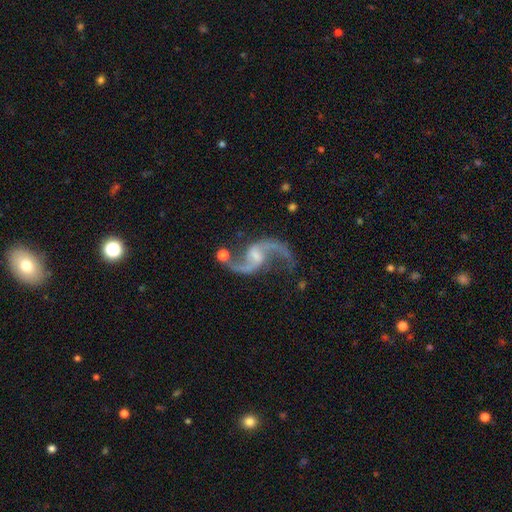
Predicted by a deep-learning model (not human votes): This is clearly a featured or disk galaxy (92%). It is clearly not viewed edge-on (98%). Bar: possibly weak (50%). Spiral arm pattern: clearly yes (98%). Spiral arm count: clearly 2 (94%). Spiral winding: likely loose (80%). Central bulge: possibly small (49%). Merging: likely none (69%).